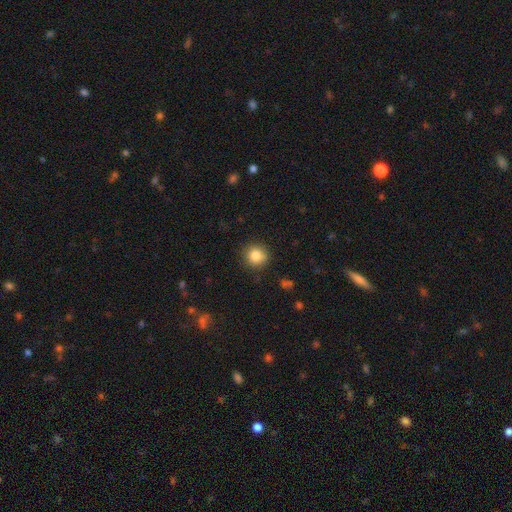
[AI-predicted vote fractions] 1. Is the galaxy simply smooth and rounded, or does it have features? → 84% smooth, 10% star or artifact, 6% featured or disk.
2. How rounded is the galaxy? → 92% round, 7% in between, 1% cigar-shaped.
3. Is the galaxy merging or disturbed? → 88% none, 8% minor disturbance, 2% major disturbance, 1% merger.